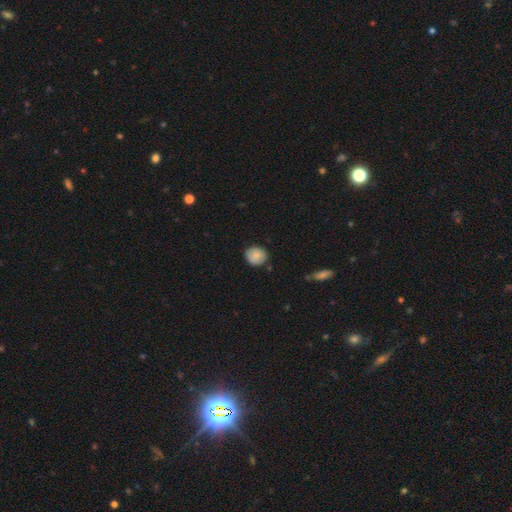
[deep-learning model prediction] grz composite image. It shows a smooth galaxy with no disk features (81%) that is round (83%). Merging: none (81%).